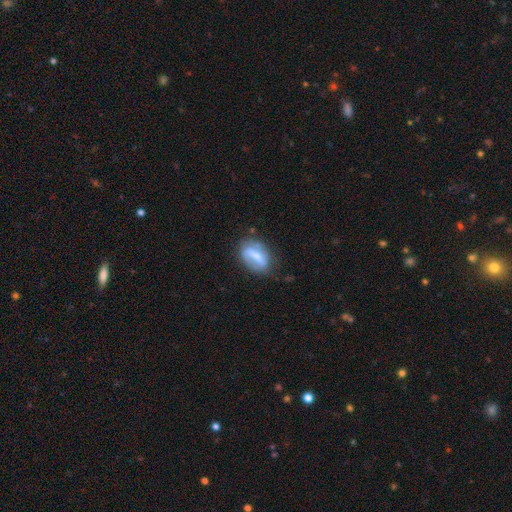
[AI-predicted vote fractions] A featured or disk galaxy (54%). Merging: none (66%).